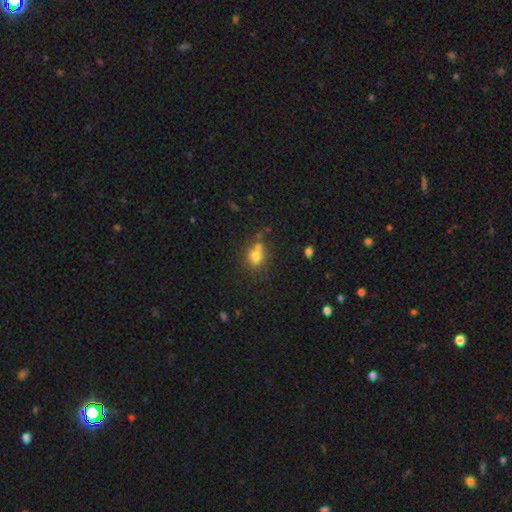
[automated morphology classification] Smooth or featured? Predicted: smooth (p=0.75). How rounded? Predicted: round (p=0.76). Merging? Predicted: none (p=0.52).